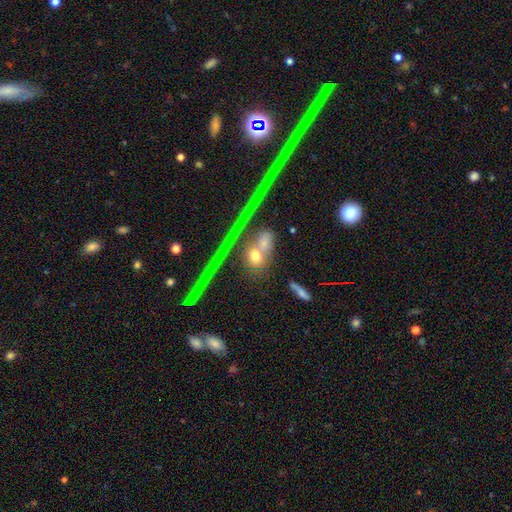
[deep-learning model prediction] Smooth or featured? smooth (63%)
How rounded? round (60%)
Merging? none (58%)